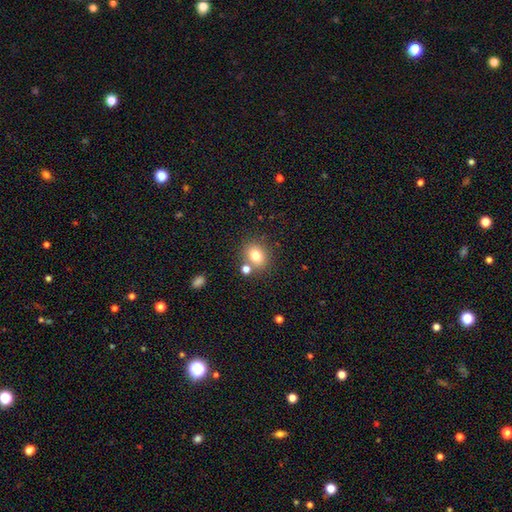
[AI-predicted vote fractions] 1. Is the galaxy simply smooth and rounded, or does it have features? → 79% smooth, 12% star or artifact, 10% featured or disk.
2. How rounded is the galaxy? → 59% round, 40% in between, 1% cigar-shaped.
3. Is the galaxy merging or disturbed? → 71% none, 15% merger, 11% minor disturbance, 3% major disturbance.